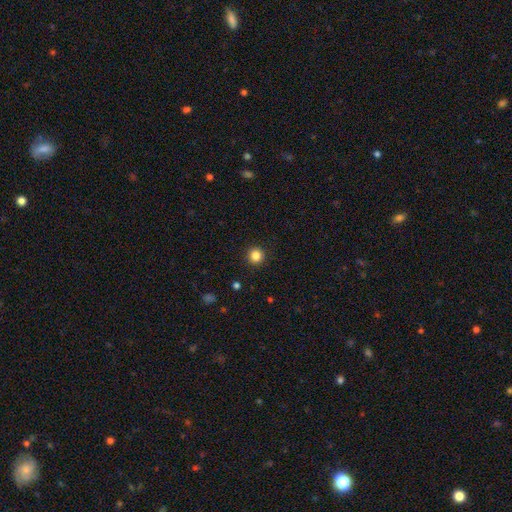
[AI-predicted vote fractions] Smooth or featured?
  - smooth: 85% *
  - star or artifact: 11%
  - featured or disk: 4%
How rounded?
  - round: 95% *
  - in between: 4%
  - cigar-shaped: 1%
Merging?
  - none: 93% *
  - minor disturbance: 4%
  - major disturbance: 2%
  - merger: 1%